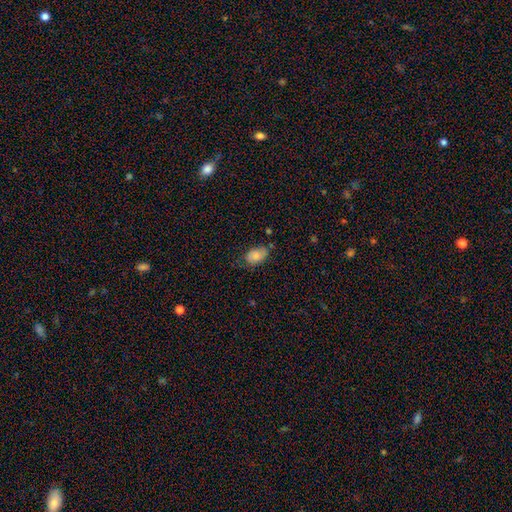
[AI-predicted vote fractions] A smooth galaxy with no disk features (77%) that is in between round and cigar-shaped (88%). Merging: none (61%).